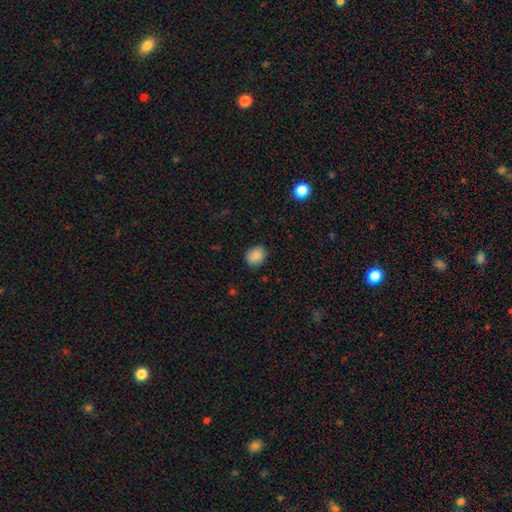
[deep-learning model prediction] Smooth or featured?
  - smooth: 87% *
  - star or artifact: 9%
  - featured or disk: 4%
How rounded?
  - round: 58% *
  - in between: 41%
  - cigar-shaped: 1%
Merging?
  - none: 86% *
  - minor disturbance: 10%
  - major disturbance: 2%
  - merger: 1%